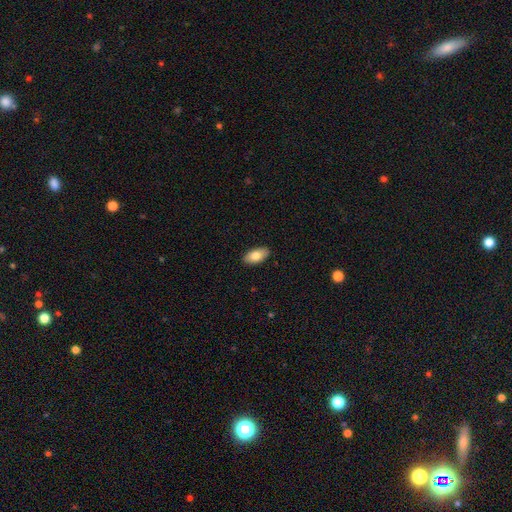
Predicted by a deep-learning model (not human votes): Smooth or featured? Predicted: smooth (p=0.80). How rounded? Predicted: in between (p=0.93). Merging? Predicted: none (p=0.90).